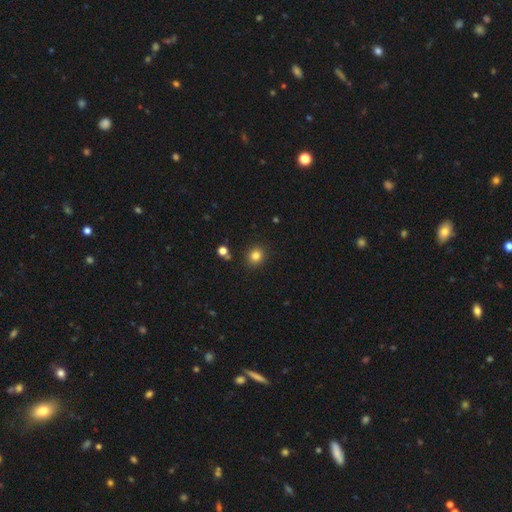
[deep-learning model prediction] smooth_or_featured: smooth (p=0.82) [alt: star or artifact p=0.12]
how_rounded: round (p=0.82) [alt: in between p=0.17]
merging: none (p=0.89) [alt: minor disturbance p=0.07]